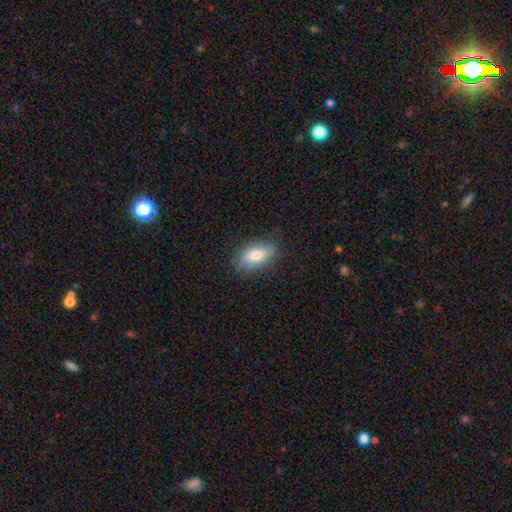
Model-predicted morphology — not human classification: This appears to be a smooth galaxy with no disk features (74%) that is in between round and cigar-shaped (84%). Merging: none (82%).